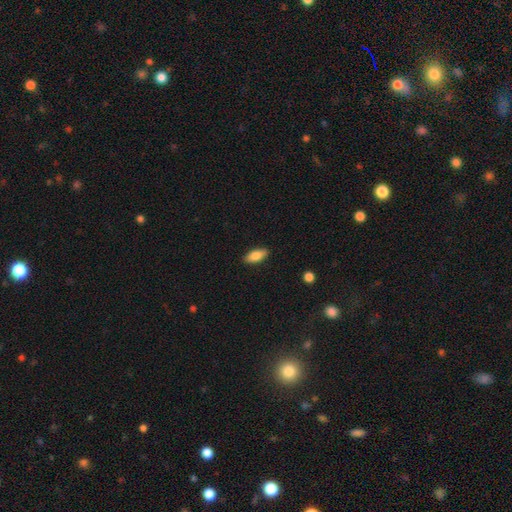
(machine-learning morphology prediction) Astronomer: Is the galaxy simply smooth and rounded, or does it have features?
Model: smooth — 81%.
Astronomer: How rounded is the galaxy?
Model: in between — 81%.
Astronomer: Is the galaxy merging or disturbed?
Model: none — 88%.